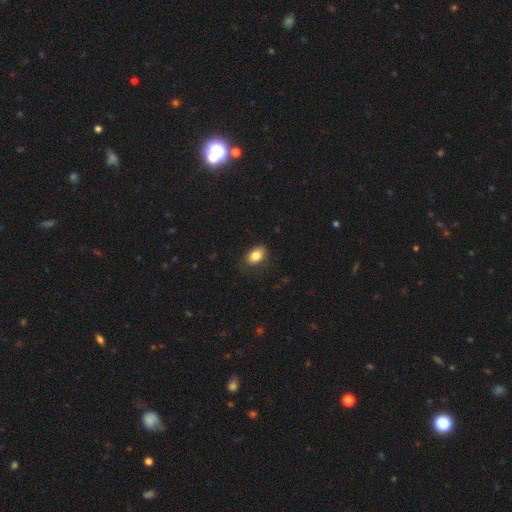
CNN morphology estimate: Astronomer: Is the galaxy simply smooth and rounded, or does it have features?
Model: smooth — 84%.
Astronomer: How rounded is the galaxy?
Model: in between — 86%.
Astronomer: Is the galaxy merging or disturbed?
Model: none — 78%.